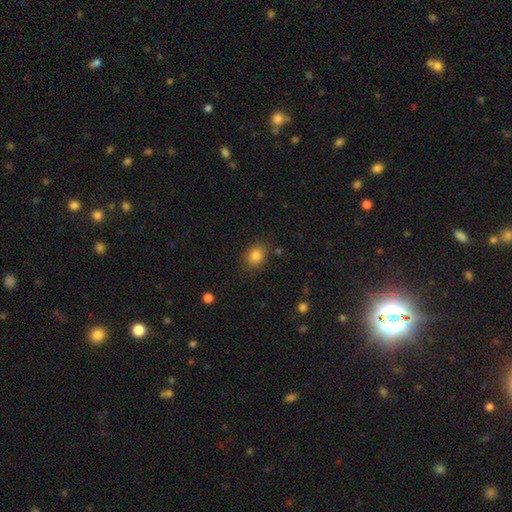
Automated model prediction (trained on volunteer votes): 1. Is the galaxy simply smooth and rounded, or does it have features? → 84% smooth, 10% star or artifact, 6% featured or disk.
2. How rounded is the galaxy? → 57% in between, 42% round, 1% cigar-shaped.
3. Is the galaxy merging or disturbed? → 81% none, 13% minor disturbance, 4% major disturbance, 3% merger.